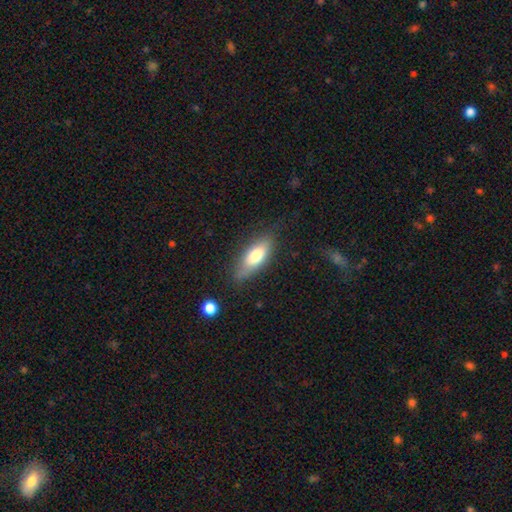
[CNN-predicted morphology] This is likely a smooth galaxy (73%). How rounded: likely in between (72%). Merging: likely none (75%).